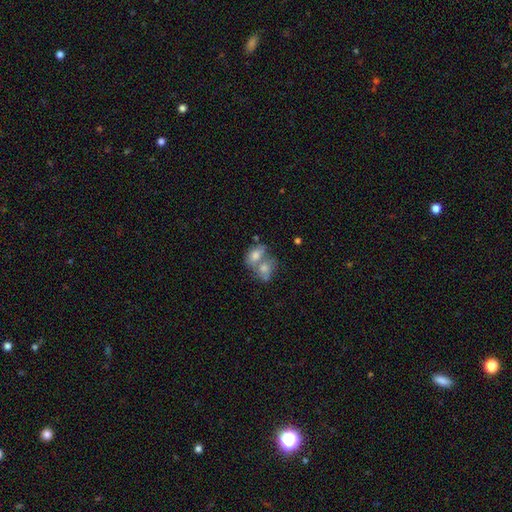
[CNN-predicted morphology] Overall: smooth (69%). How rounded: in between (74%). Merging: merger (69%).